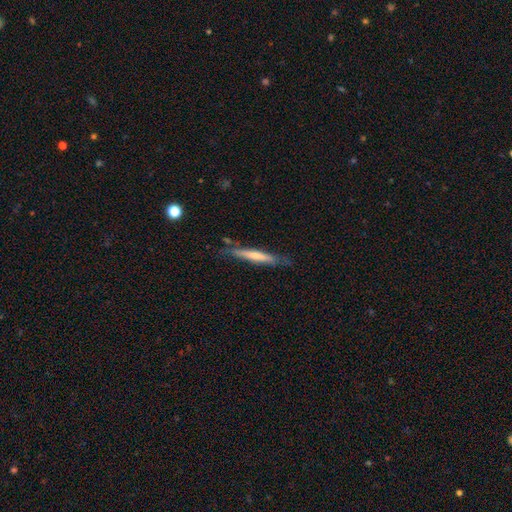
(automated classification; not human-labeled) A smooth galaxy with no disk features (53%) that is cigar-shaped (94%).

Vote fractions:
- Smooth or featured? smooth: 53% / featured or disk: 42% / star or artifact: 5%
- How rounded? cigar-shaped: 94% / in between: 5% / round: 1%
- Merging? none: 74% / minor disturbance: 19% / major disturbance: 4% / merger: 3%